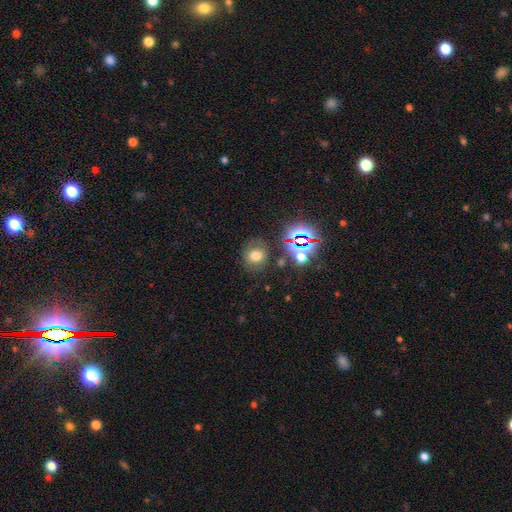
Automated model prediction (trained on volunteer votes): Smooth or featured?
  - smooth: 64% *
  - star or artifact: 23%
  - featured or disk: 14%
How rounded?
  - round: 79% *
  - in between: 20%
  - cigar-shaped: 1%
Merging?
  - none: 77% *
  - minor disturbance: 13%
  - major disturbance: 6%
  - merger: 4%